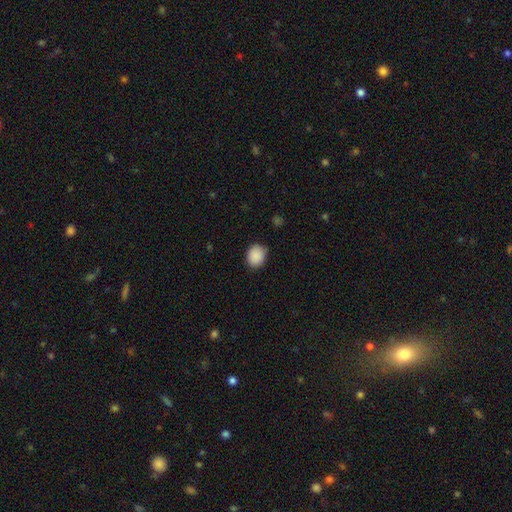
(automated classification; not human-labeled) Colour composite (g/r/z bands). It shows a smooth galaxy with no disk features (90%) that is round (58%). Merging: none (81%).